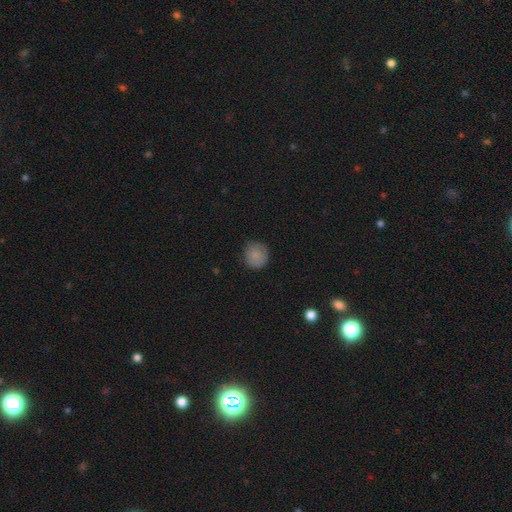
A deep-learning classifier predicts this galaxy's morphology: smooth-or-featured: smooth: 84% | star or artifact: 9% | featured or disk: 8%
  how-rounded: round: 90% | in between: 9% | cigar-shaped: 1%
  merging: none: 81% | minor disturbance: 15% | major disturbance: 3% | merger: 1%